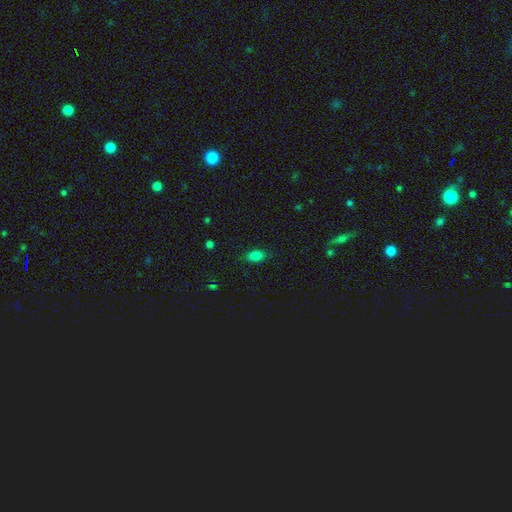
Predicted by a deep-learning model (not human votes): Smooth or featured? smooth (82%)
How rounded? in between (84%)
Merging? none (83%)